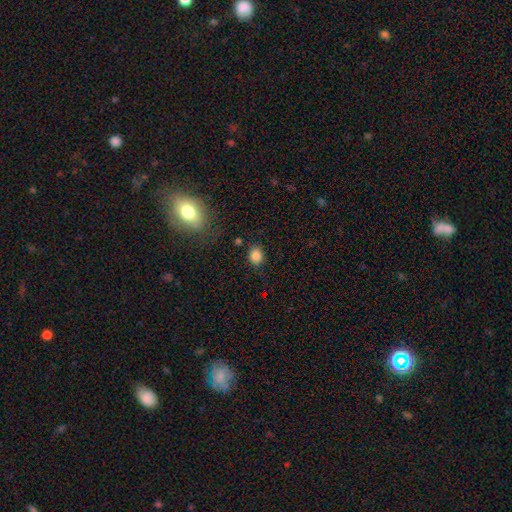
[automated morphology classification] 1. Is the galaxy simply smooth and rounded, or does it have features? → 84% smooth, 11% star or artifact, 5% featured or disk.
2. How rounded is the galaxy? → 57% round, 42% in between, 1% cigar-shaped.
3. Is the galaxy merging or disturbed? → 82% none, 11% minor disturbance, 4% major disturbance, 3% merger.